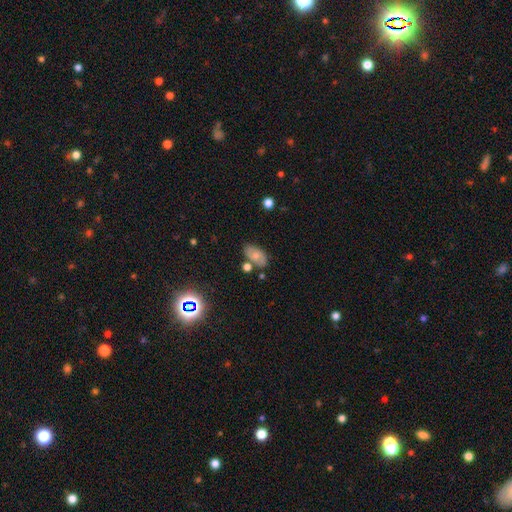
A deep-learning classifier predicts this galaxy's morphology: The model was most divided on "smooth or featured": smooth: 60%, featured or disk: 28%, star or artifact: 12%. More confident: how rounded — in between (91%); merging — none (66%).